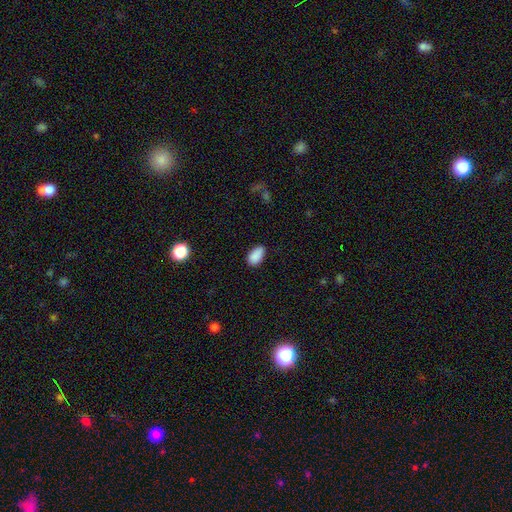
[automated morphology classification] Overall: smooth (89%). How rounded: in between (93%). Merging: none (80%).